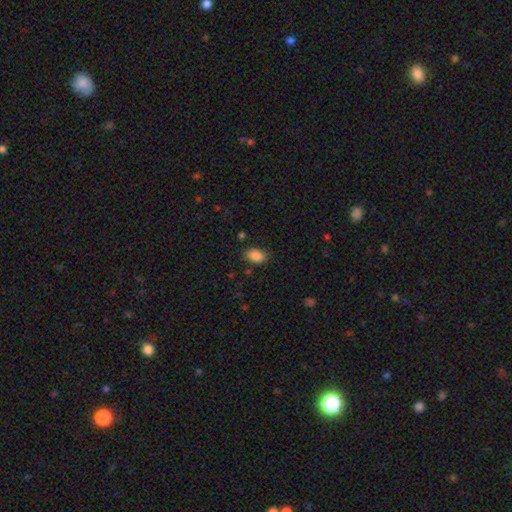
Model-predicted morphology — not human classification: Smooth or featured?
  - smooth: 88% *
  - star or artifact: 8%
  - featured or disk: 4%
How rounded?
  - in between: 88% *
  - round: 11%
  - cigar-shaped: 1%
Merging?
  - none: 82% *
  - minor disturbance: 13%
  - major disturbance: 3%
  - merger: 2%